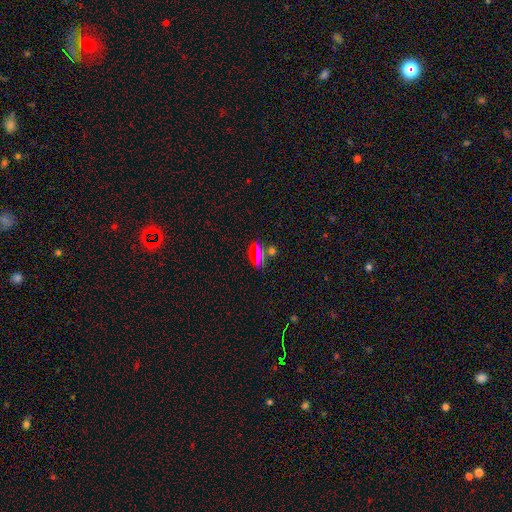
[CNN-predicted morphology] Smooth or featured: smooth — 63% (star or artifact — 27%)
How rounded: in between — 60% (round — 25%)
Merging: none — 78% (minor disturbance — 11%)